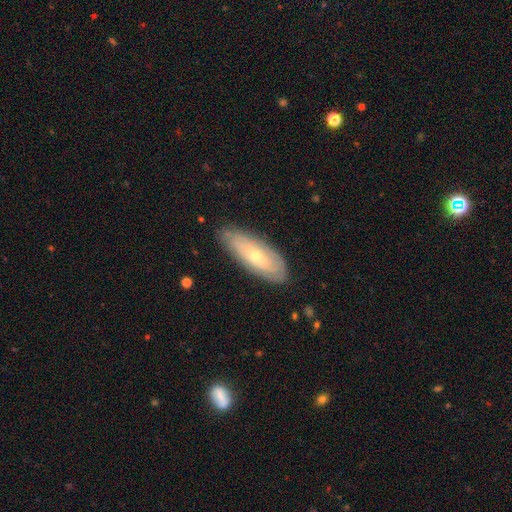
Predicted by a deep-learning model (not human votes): A featured or disk galaxy (56%). Merging: none (80%).